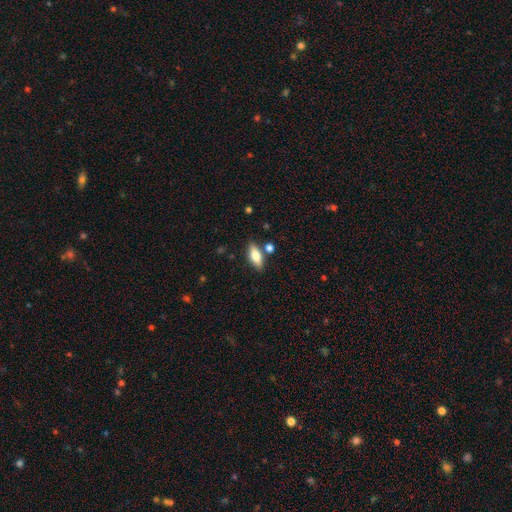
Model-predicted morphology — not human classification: Smooth or featured?
  - smooth: 71% *
  - featured or disk: 22%
  - star or artifact: 7%
How rounded?
  - in between: 74% *
  - cigar-shaped: 22%
  - round: 3%
Merging?
  - none: 79% *
  - minor disturbance: 11%
  - merger: 8%
  - major disturbance: 3%